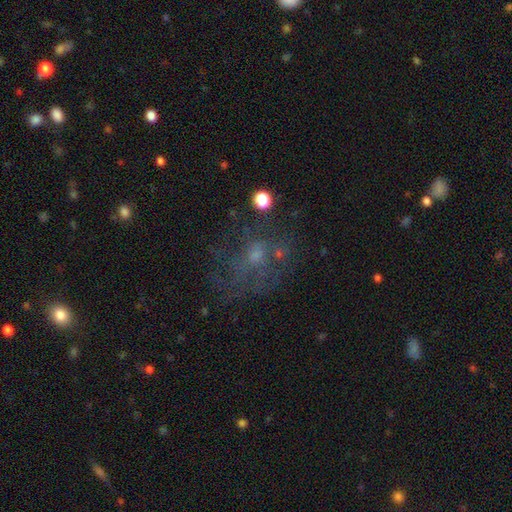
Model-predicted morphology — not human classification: smooth_or_featured: featured or disk (p=0.46) [alt: smooth p=0.30]
merging: none (p=0.52) [alt: major disturbance p=0.24]